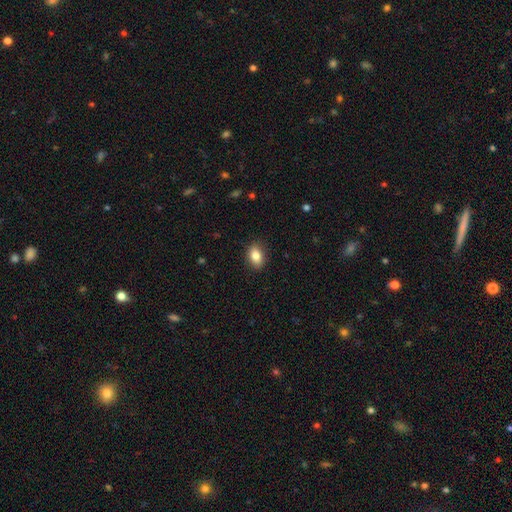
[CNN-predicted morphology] Smooth or featured? Predicted: smooth (p=0.82). How rounded? Predicted: in between (p=0.82). Merging? Predicted: none (p=0.88).